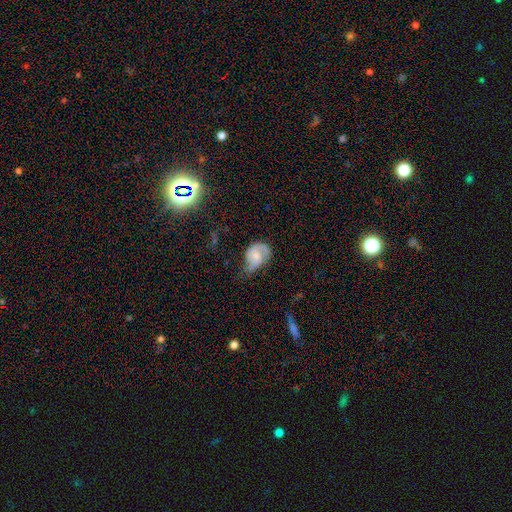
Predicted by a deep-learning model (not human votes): A featured or disk galaxy (54%) with no bar (66%), spiral arms (84%) and a small central bulge (40%). Merging: minor disturbance (38%).